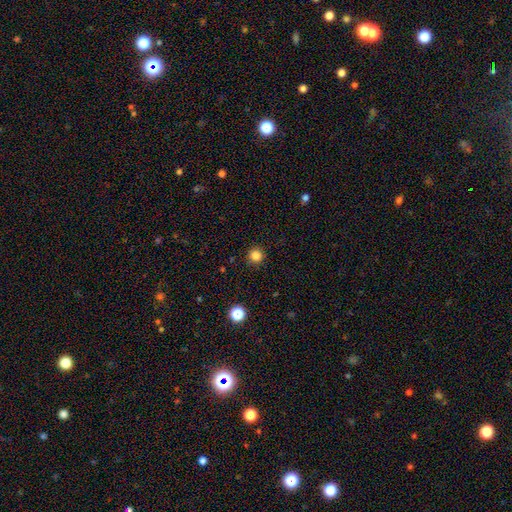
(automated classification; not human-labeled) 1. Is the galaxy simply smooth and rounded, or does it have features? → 84% smooth, 12% star or artifact, 4% featured or disk.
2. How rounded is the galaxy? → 94% round, 5% in between, 1% cigar-shaped.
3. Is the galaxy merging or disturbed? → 92% none, 6% minor disturbance, 2% major disturbance, 1% merger.